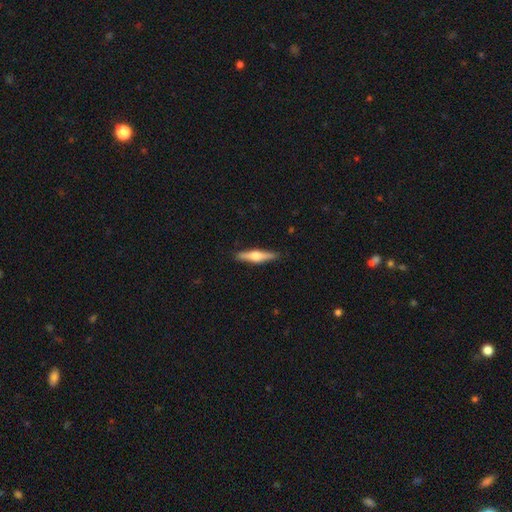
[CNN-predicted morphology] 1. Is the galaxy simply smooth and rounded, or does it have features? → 61% featured or disk, 34% smooth, 5% star or artifact.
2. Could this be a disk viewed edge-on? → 97% yes, 3% no.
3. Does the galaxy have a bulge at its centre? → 92% rounded, 5% boxy, 3% none.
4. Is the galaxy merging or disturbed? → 90% none, 8% minor disturbance, 2% major disturbance, 1% merger.